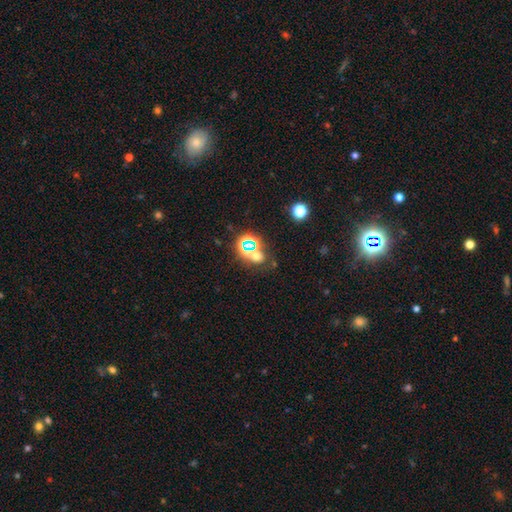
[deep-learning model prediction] smooth_or_featured: star or artifact (p=0.47) [alt: smooth p=0.41]